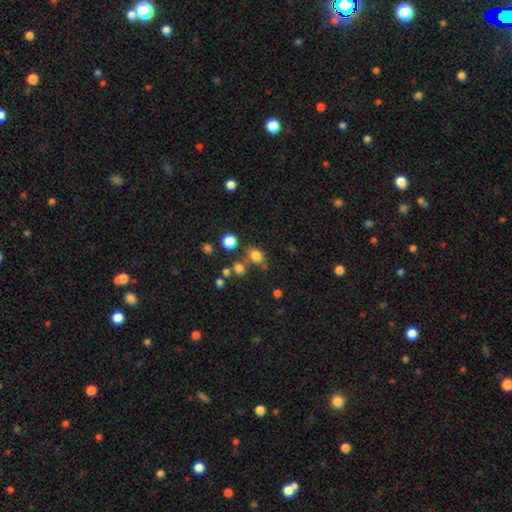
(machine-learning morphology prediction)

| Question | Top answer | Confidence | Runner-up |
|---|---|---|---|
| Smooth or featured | smooth | 78% | star or artifact (14%) |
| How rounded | in between | 62% | round (37%) |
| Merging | none | 60% | merger (17%) |